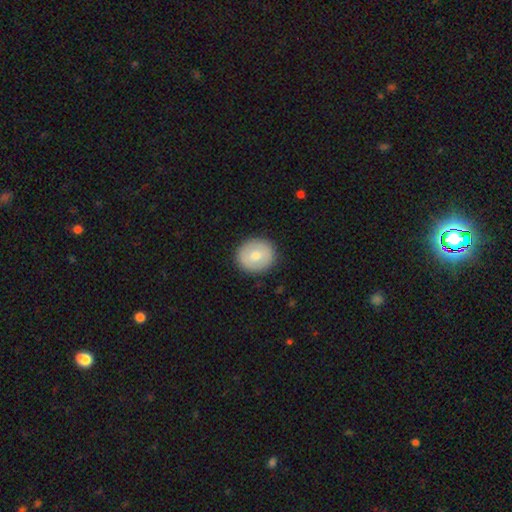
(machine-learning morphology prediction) This appears to be a smooth galaxy with no disk features (70%) that is round (82%). Merging: none (90%).